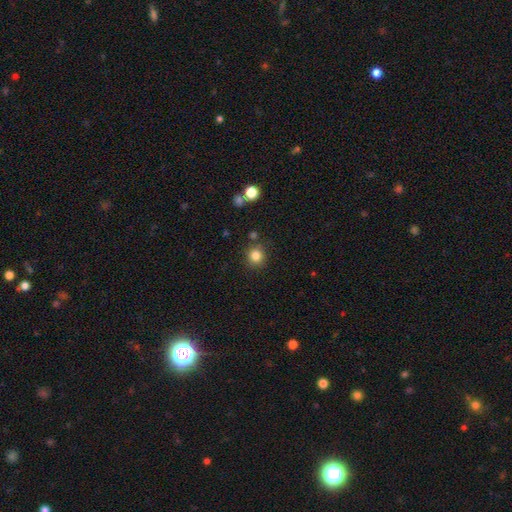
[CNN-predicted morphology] A smooth galaxy with no disk features (83%) that is round (90%).

Vote fractions:
- Smooth or featured? smooth: 83% / star or artifact: 12% / featured or disk: 5%
- How rounded? round: 90% / in between: 9% / cigar-shaped: 1%
- Merging? none: 84% / minor disturbance: 9% / merger: 5% / major disturbance: 3%